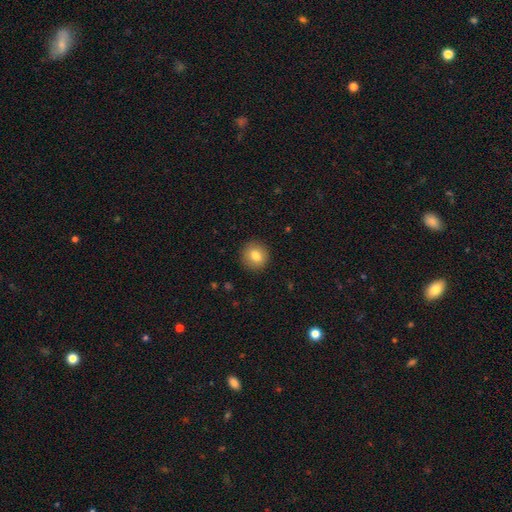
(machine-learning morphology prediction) The model was most divided on "smooth or featured": smooth: 80%, featured or disk: 11%, star or artifact: 9%. More confident: merging — none (91%); how rounded — round (91%).